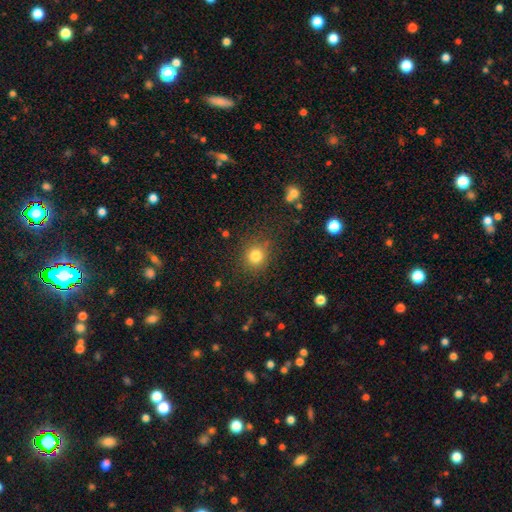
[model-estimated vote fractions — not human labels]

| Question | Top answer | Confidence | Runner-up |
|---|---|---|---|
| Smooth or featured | smooth | 81% | star or artifact (13%) |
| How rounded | round | 86% | in between (13%) |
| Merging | none | 83% | minor disturbance (11%) |